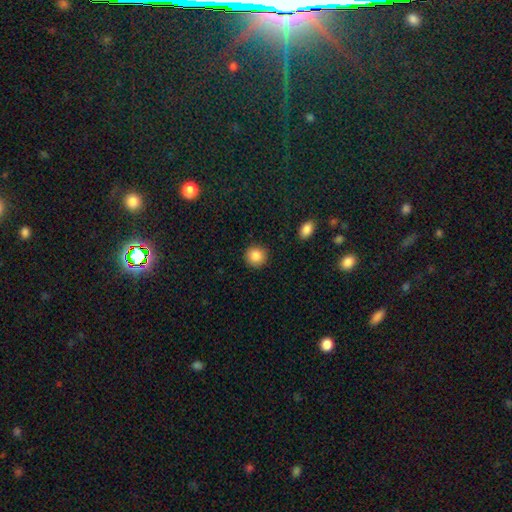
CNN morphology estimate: Smooth or featured?
  - smooth: 87% *
  - star or artifact: 9%
  - featured or disk: 4%
How rounded?
  - round: 92% *
  - in between: 7%
  - cigar-shaped: 1%
Merging?
  - none: 91% *
  - minor disturbance: 6%
  - major disturbance: 2%
  - merger: 1%